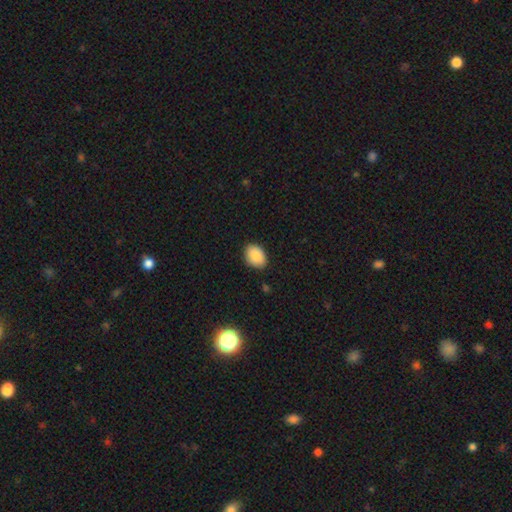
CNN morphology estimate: A smooth galaxy with no disk features (87%) that is in between round and cigar-shaped (72%).

Vote fractions:
- Smooth or featured? smooth: 87% / star or artifact: 8% / featured or disk: 5%
- How rounded? in between: 72% / round: 27% / cigar-shaped: 1%
- Merging? none: 86% / minor disturbance: 11% / major disturbance: 2% / merger: 1%